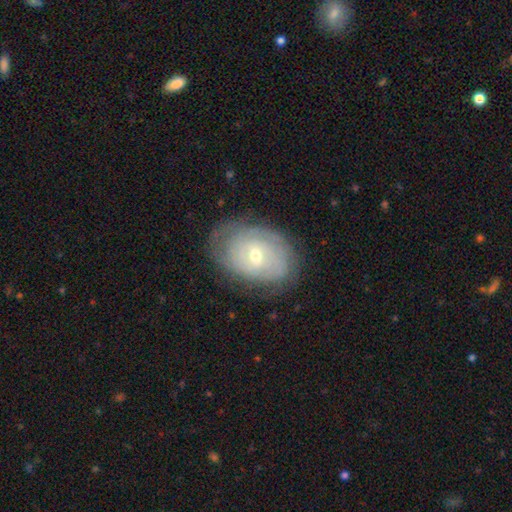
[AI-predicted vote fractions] featured or disk 71%, smooth 22%, star or artifact 7%. Down the decision tree: edge-on disk — no (95%); bar — no (61%); spiral arms — yes (79%); spiral arm count — can't tell (59%); spiral winding — tight (78%); bulge size — moderate (50%); merging — none (73%).